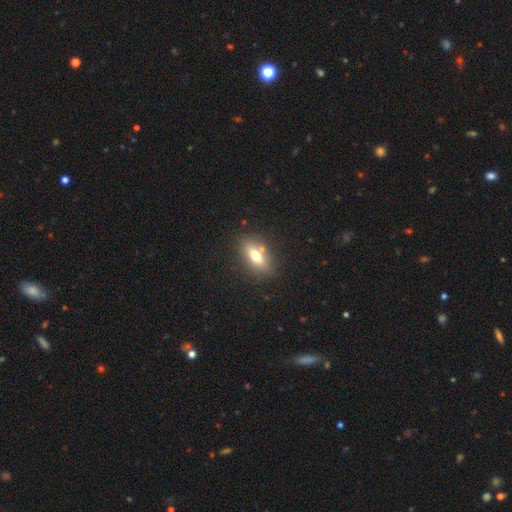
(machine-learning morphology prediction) This appears to be a smooth galaxy with no disk features (67%) that is in between round and cigar-shaped (80%). Merging: none (78%).